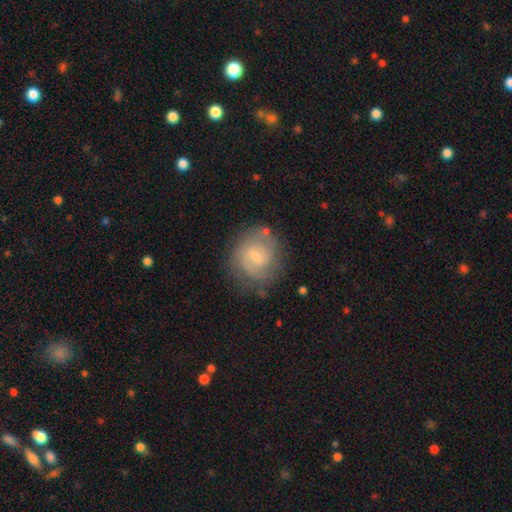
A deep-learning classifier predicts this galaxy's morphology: Smooth or featured? featured or disk (62%)
Edge-on disk? no (97%)
Bar? weak (59%)
Spiral arms? yes (85%)
Spiral winding? tight (47%)
Spiral arm count? 2 (61%)
Bulge size? small (61%)
Merging? none (76%)